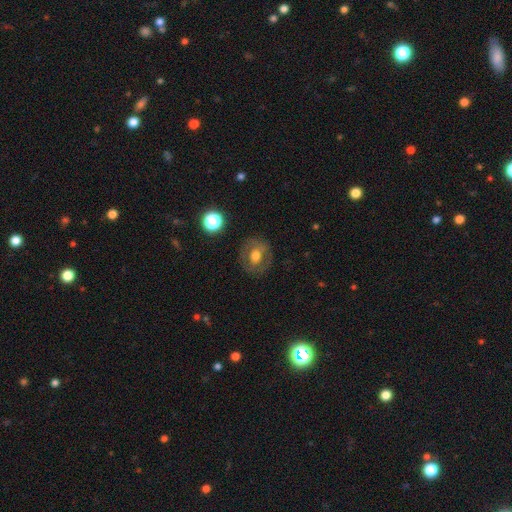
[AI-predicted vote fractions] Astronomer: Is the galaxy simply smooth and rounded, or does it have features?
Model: smooth — 51% (runner-up: featured or disk, 38%).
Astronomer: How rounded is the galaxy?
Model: round — 70%.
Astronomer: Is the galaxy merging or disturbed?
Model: none — 80%.